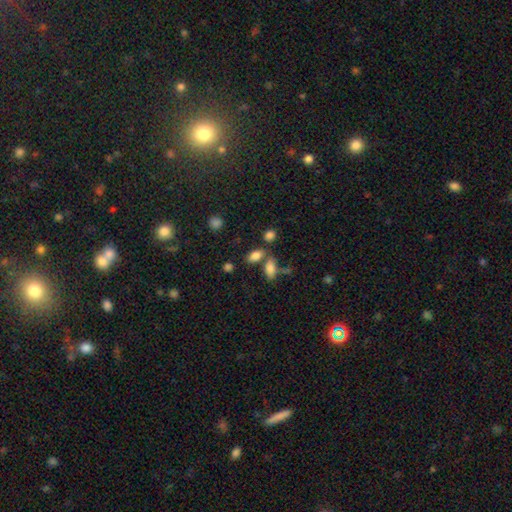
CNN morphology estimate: smooth_or_featured: smooth (p=0.82) [alt: star or artifact p=0.10]
how_rounded: in between (p=0.87) [alt: cigar-shaped p=0.07]
merging: none (p=0.63) [alt: merger p=0.21]